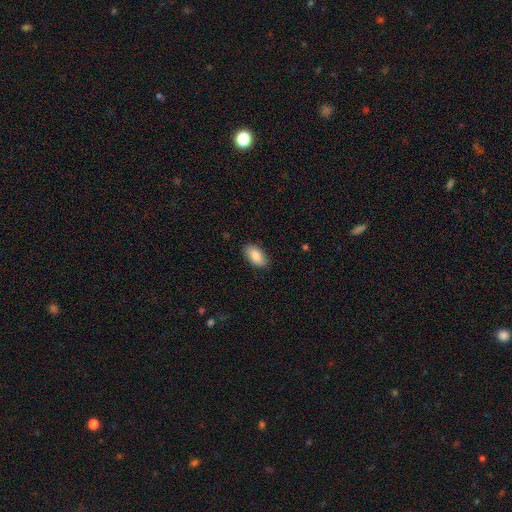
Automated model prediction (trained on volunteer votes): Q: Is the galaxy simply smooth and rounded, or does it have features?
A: smooth — 86%.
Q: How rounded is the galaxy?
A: in between — 94%.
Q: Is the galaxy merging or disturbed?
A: none — 86%.